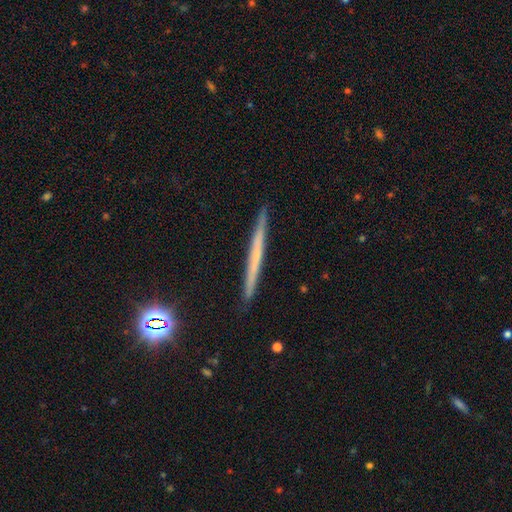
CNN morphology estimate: Smooth or featured? featured or disk (49%)
Merging? none (91%)